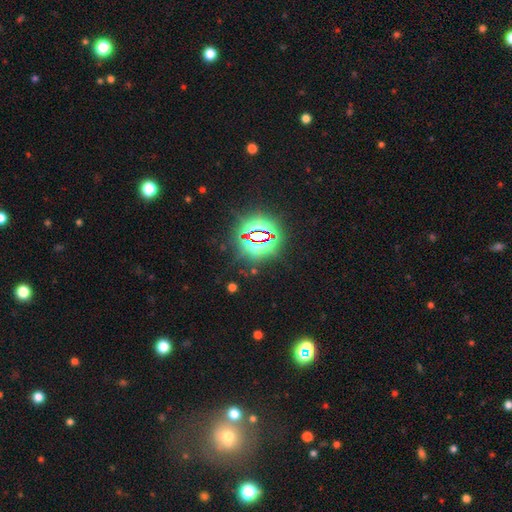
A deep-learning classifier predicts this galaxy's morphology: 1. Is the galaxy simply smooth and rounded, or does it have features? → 82% star or artifact, 11% smooth, 7% featured or disk.